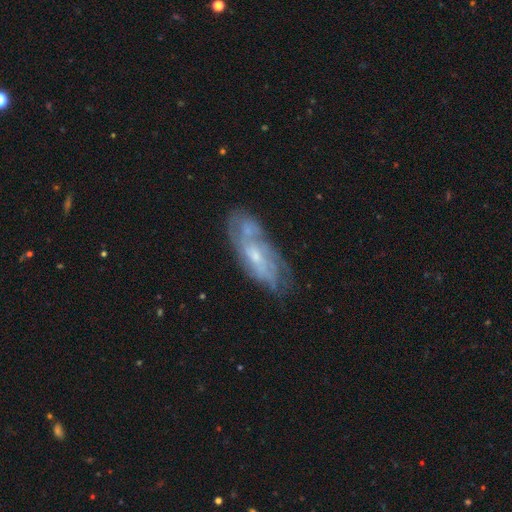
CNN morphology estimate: type=featured or disk (72%); edge-on=no (86%); bar=no (60%); spiral arms=yes (80%); winding=tight (53%); arm count=can't tell (55%); bulge=small (60%); merging=none (59%).